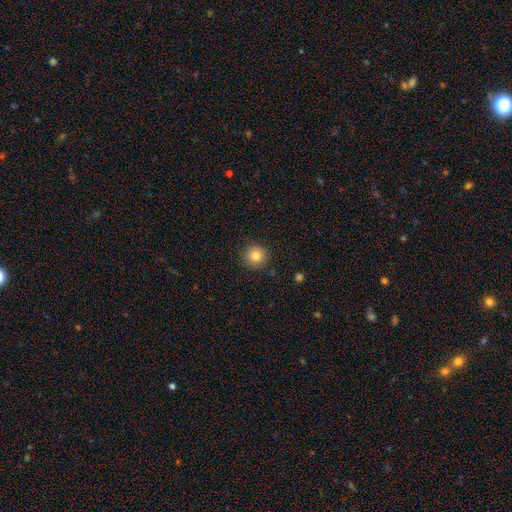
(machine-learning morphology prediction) Smooth or featured? Predicted: smooth (p=0.83). How rounded? Predicted: round (p=0.95). Merging? Predicted: none (p=0.90).